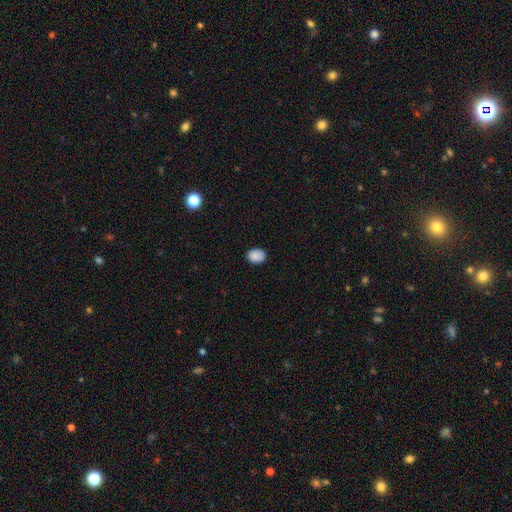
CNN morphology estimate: Smooth or featured? smooth (87%)
How rounded? in between (59%)
Merging? none (84%)